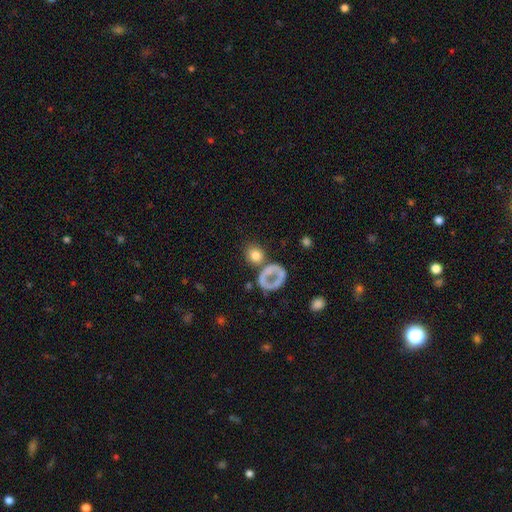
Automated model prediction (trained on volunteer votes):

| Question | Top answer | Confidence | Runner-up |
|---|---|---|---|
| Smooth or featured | smooth | 70% | featured or disk (18%) |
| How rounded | round | 78% | in between (20%) |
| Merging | none | 65% | merger (13%) |